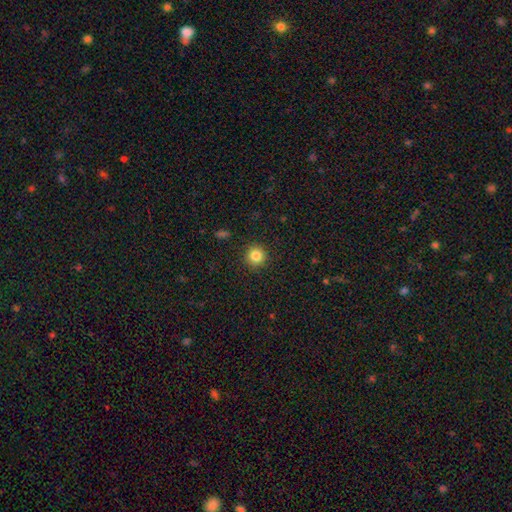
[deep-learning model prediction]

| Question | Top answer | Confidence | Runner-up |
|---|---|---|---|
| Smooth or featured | smooth | 84% | star or artifact (11%) |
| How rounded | round | 94% | in between (5%) |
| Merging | none | 91% | minor disturbance (6%) |